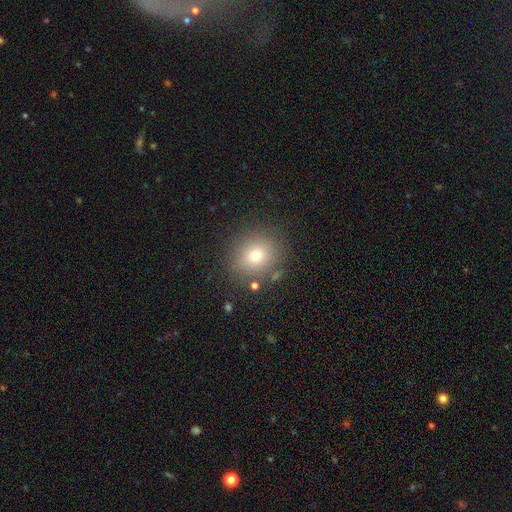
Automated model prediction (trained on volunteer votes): Smooth or featured?
  - smooth: 73% *
  - star or artifact: 15%
  - featured or disk: 11%
How rounded?
  - round: 82% *
  - in between: 17%
  - cigar-shaped: 1%
Merging?
  - none: 84% *
  - minor disturbance: 9%
  - major disturbance: 4%
  - merger: 3%